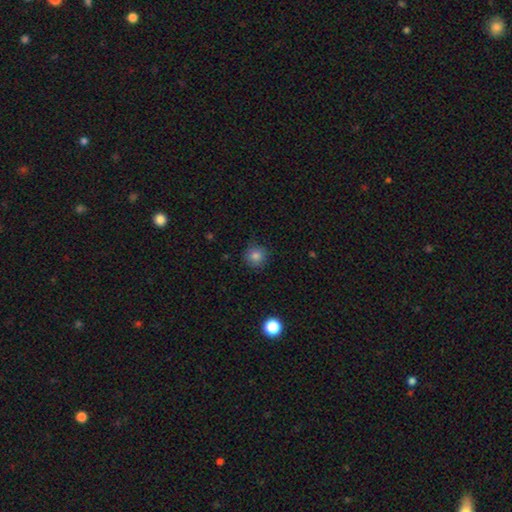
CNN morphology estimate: Q: Smooth or featured?
A: smooth (83%); runner-up: star or artifact (12%)
Q: How rounded?
A: round (93%); runner-up: in between (6%)
Q: Merging?
A: none (88%); runner-up: minor disturbance (9%)